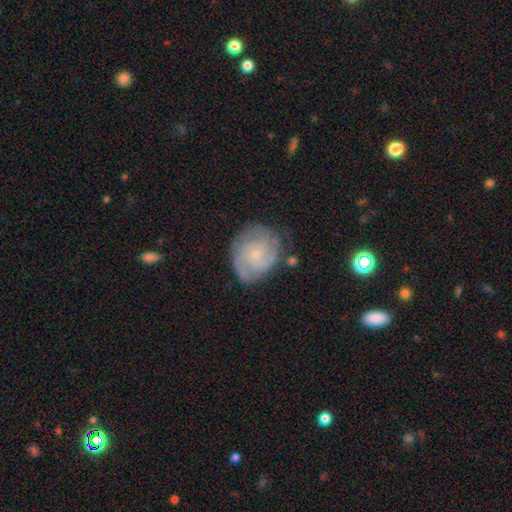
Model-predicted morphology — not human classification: A featured or disk galaxy (82%) with no bar (74%), 3 (34%) tight (63%) spiral arms (96%) and a small central bulge (79%).

Vote fractions:
- Smooth or featured? featured or disk: 82% / smooth: 12% / star or artifact: 6%
- Edge-on disk? no: 98% / yes: 2%
- Bar? no: 74% / weak: 22% / strong: 3%
- Spiral arms? yes: 96% / no: 4%
- Spiral winding? tight: 63% / medium: 30% / loose: 6%
- Spiral arm count? 3: 34% / 2: 24% / can't tell: 23% / 4: 10% / 1: 5% / more than 4: 5%
- Bulge size? small: 79% / moderate: 16% / none: 3% / large: 1% / dominant: 1%
- Merging? none: 71% / minor disturbance: 20% / major disturbance: 7% / merger: 2%